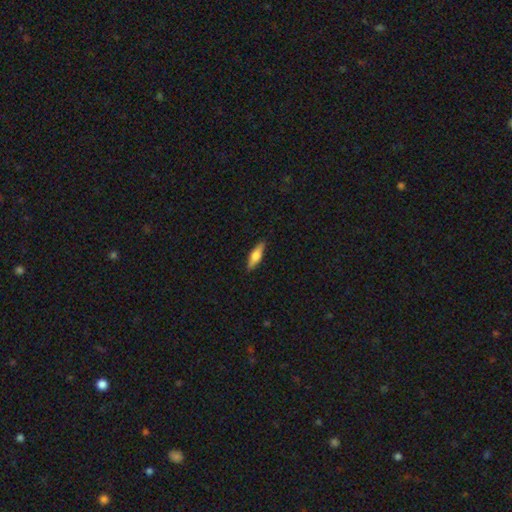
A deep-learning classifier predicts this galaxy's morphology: smooth-or-featured: smooth: 50% | featured or disk: 44% | star or artifact: 6%
  merging: none: 89% | minor disturbance: 8% | major disturbance: 2% | merger: 1%